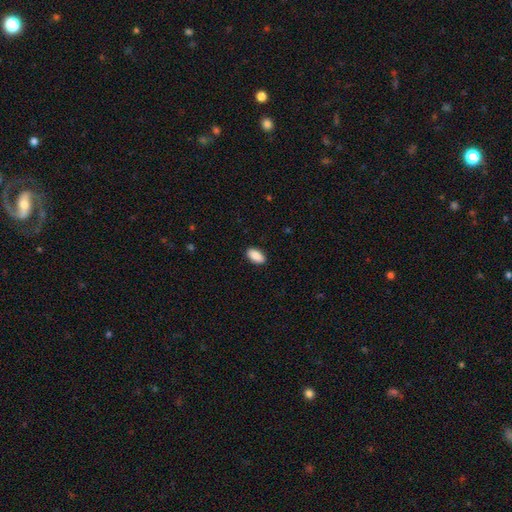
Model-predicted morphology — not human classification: The model was most divided on "merging": none: 89%, minor disturbance: 8%, major disturbance: 2%, merger: 1%. More confident: how rounded — in between (93%); smooth or featured — smooth (90%).